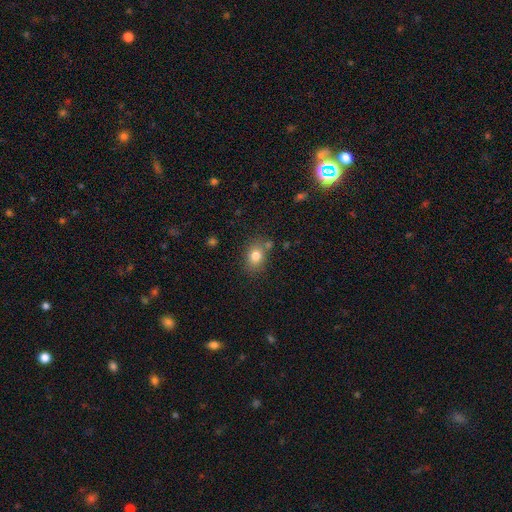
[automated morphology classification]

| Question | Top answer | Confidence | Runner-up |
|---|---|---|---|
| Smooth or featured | smooth | 80% | star or artifact (11%) |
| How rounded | in between | 56% | round (43%) |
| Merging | none | 74% | minor disturbance (14%) |